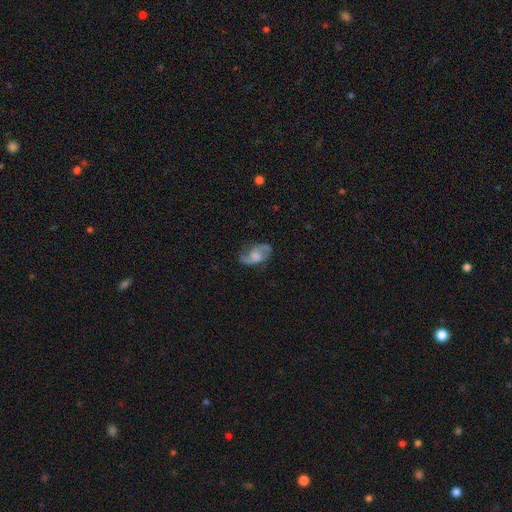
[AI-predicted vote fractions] Q: Smooth or featured?
A: featured or disk (71%); runner-up: smooth (21%)
Q: Edge-on disk?
A: no (96%); runner-up: yes (4%)
Q: Bar?
A: no (59%); runner-up: weak (35%)
Q: Spiral arms?
A: yes (90%); runner-up: no (10%)
Q: Spiral winding?
A: loose (44%); runner-up: medium (43%)
Q: Spiral arm count?
A: 2 (88%); runner-up: can't tell (5%)
Q: Bulge size?
A: moderate (28%); tied with: none (28%)
Q: Merging?
A: none (69%); runner-up: minor disturbance (19%)